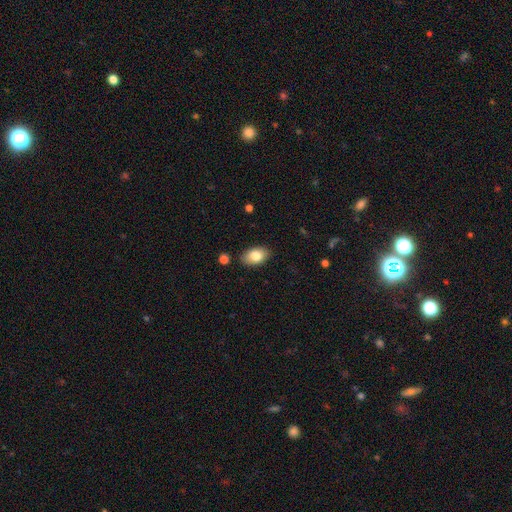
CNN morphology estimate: Overall: smooth (81%). How rounded: in between (91%). Merging: none (86%).